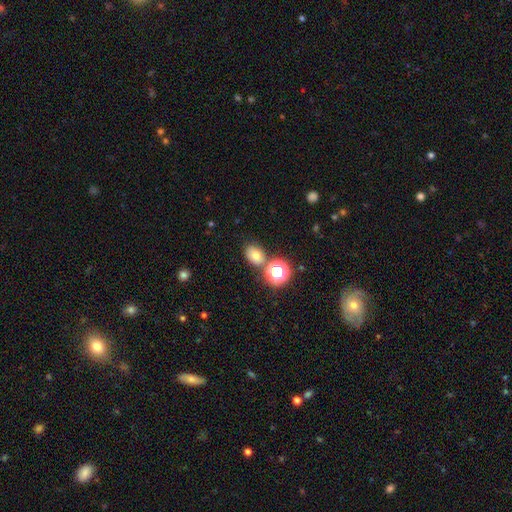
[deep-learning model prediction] Overall: smooth (70%). How rounded: in between (58%; round 41%). Merging: none (73%).